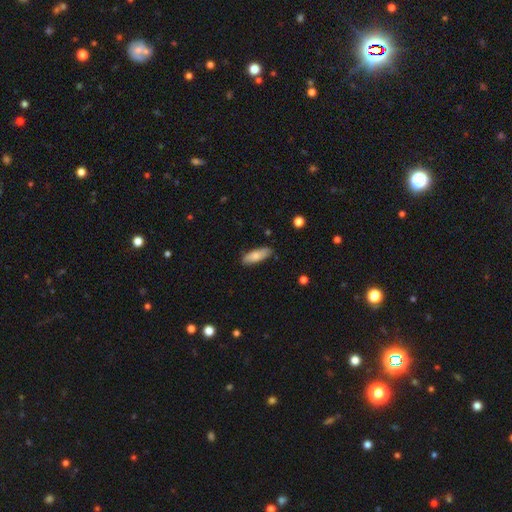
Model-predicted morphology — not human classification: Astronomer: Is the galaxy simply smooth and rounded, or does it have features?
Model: smooth — 78%.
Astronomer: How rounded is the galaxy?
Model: in between — 65%.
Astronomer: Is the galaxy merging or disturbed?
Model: none — 82%.